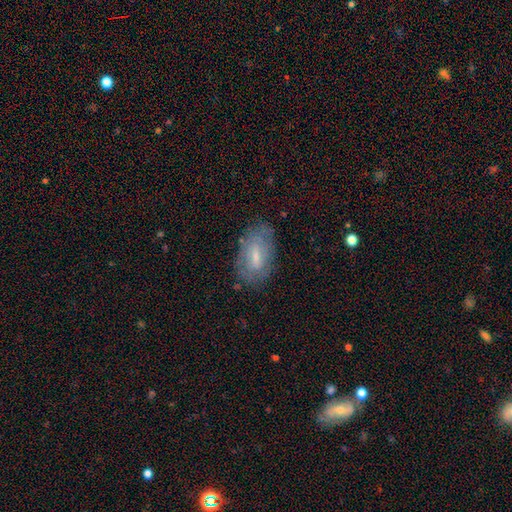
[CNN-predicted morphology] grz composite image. It shows a smooth galaxy with no disk features (49%). Merging: none (71%).